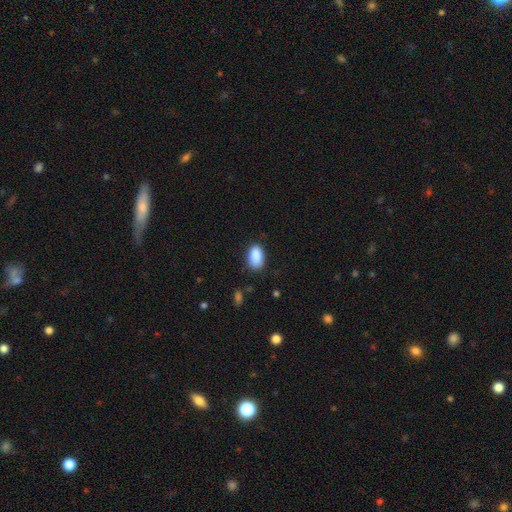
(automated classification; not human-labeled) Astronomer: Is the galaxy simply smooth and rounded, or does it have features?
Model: smooth — 89%.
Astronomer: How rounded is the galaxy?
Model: in between — 93%.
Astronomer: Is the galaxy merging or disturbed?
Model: none — 79%.